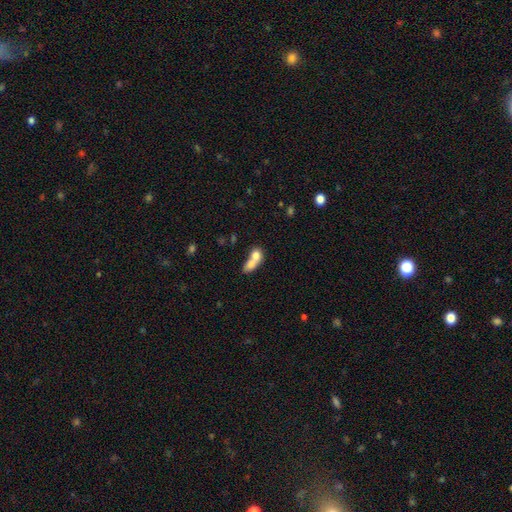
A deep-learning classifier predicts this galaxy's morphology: Overall: smooth (71%). How rounded: in between (55%; round 39%). Merging: merger (76%).